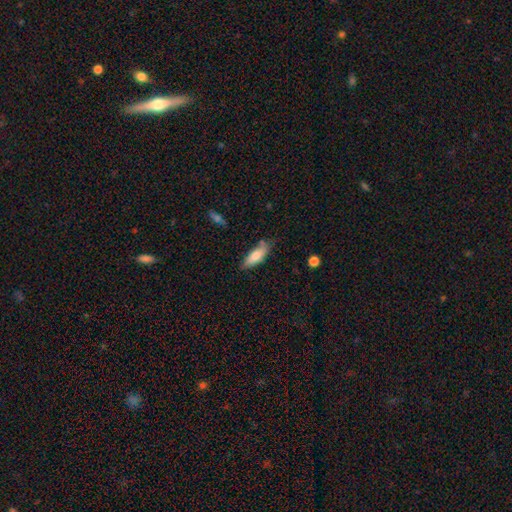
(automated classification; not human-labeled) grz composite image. It shows a smooth galaxy with no disk features (77%) that is in between round and cigar-shaped (63%). Merging: none (68%).